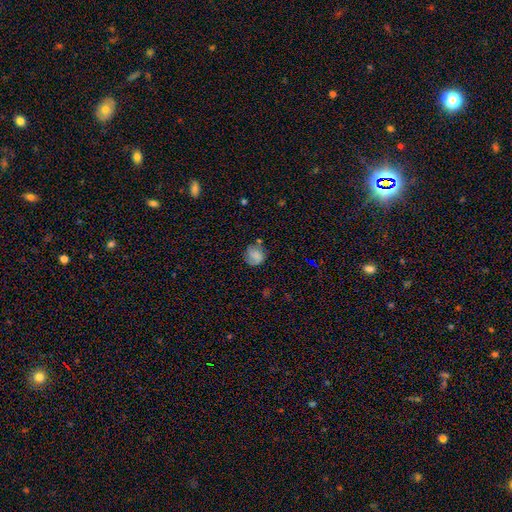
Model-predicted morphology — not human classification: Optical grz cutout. It shows a smooth galaxy with no disk features (75%) that is round (80%). Merging: none (65%).